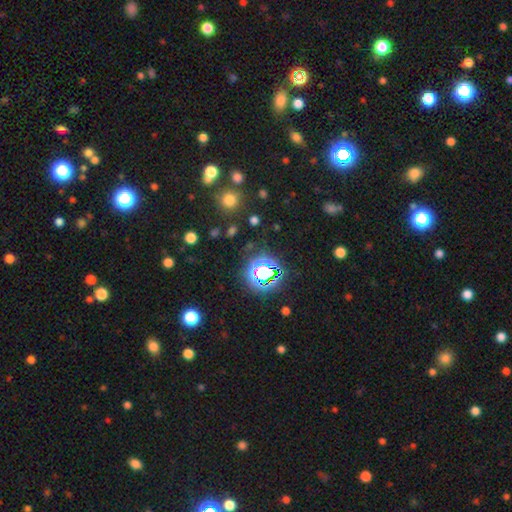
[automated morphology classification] A star or artifact, not a galaxy (73%).